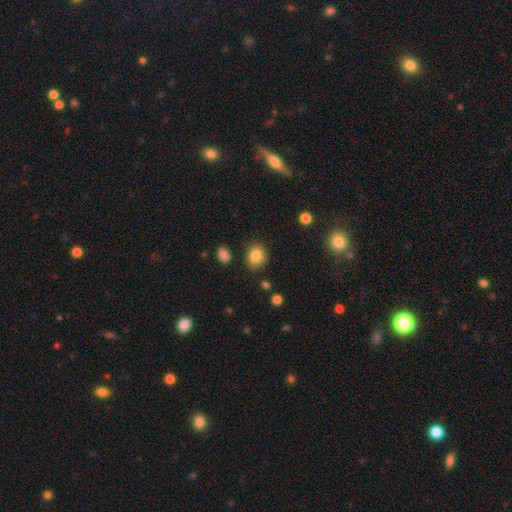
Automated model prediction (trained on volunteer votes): Morphology: type=smooth (83%); roundness=round (51%); merging=none (79%).